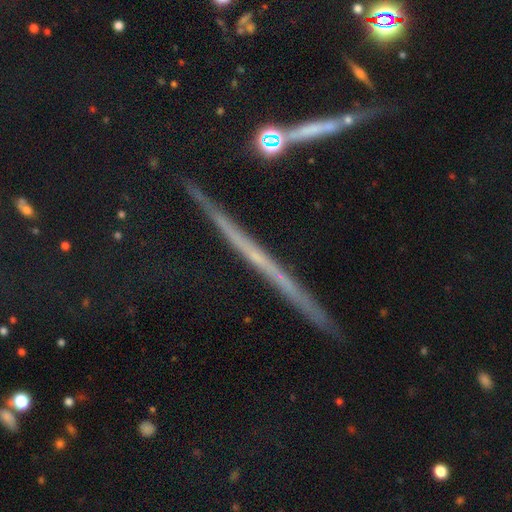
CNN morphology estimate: Smooth or featured? featured or disk (58%)
Edge-on disk? yes (95%)
Edge-on bulge? none (83%)
Merging? none (85%)